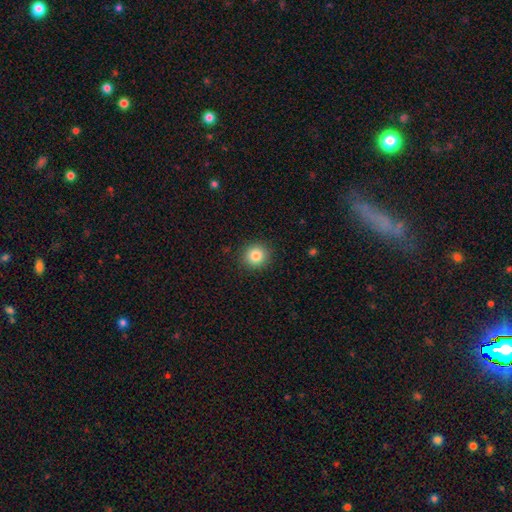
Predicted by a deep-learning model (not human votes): The model was most divided on "smooth or featured": smooth: 84%, star or artifact: 10%, featured or disk: 6%. More confident: how rounded — round (92%); merging — none (91%).